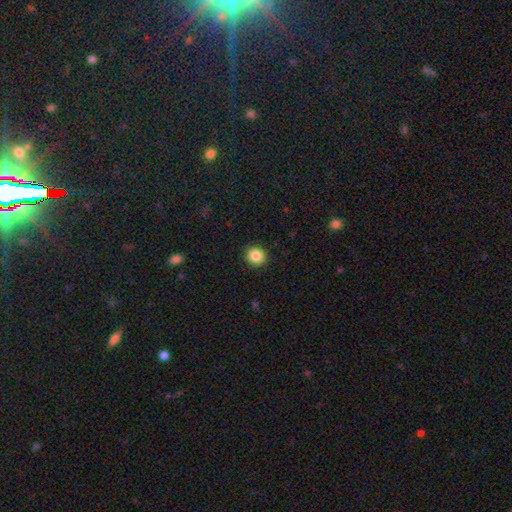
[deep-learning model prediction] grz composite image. It shows a smooth galaxy with no disk features (86%) that is round (85%). Merging: none (91%).